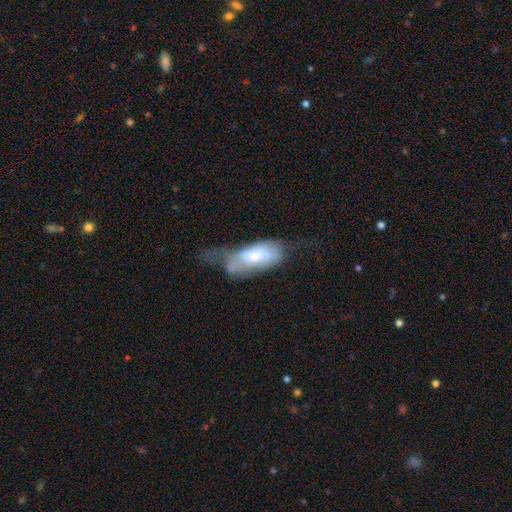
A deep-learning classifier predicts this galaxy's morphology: smooth-or-featured: smooth: 54% | featured or disk: 39% | star or artifact: 7%
  how-rounded: in between: 81% | cigar-shaped: 17% | round: 2%
  merging: major disturbance: 42% | minor disturbance: 29% | none: 23% | merger: 6%